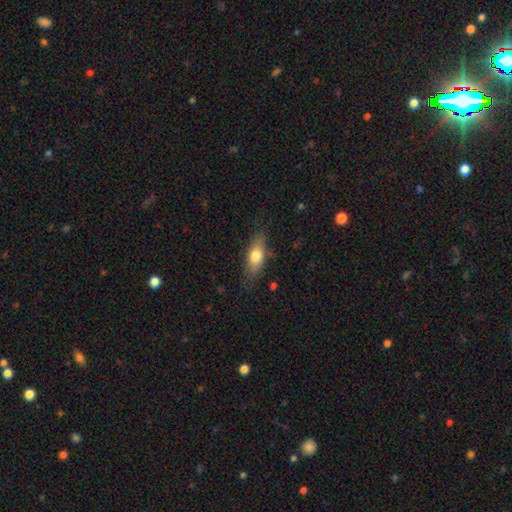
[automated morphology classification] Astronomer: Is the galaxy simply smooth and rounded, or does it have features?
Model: smooth — 71%.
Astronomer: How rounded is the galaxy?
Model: in between — 70%.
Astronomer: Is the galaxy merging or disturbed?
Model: none — 75%.